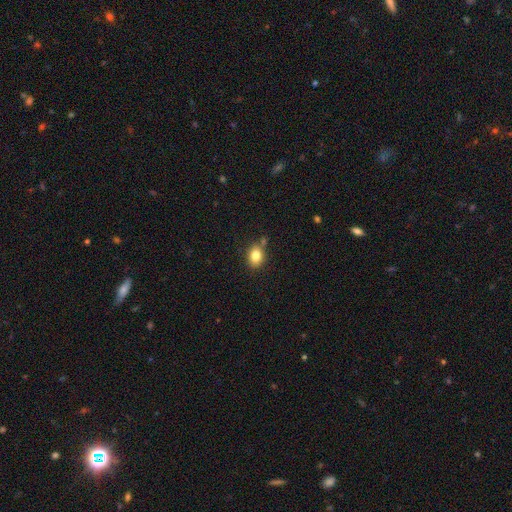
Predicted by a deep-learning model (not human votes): smooth-or-featured: smooth: 82% | star or artifact: 10% | featured or disk: 8%
  how-rounded: in between: 61% | round: 38% | cigar-shaped: 1%
  merging: none: 75% | minor disturbance: 14% | merger: 8% | major disturbance: 3%